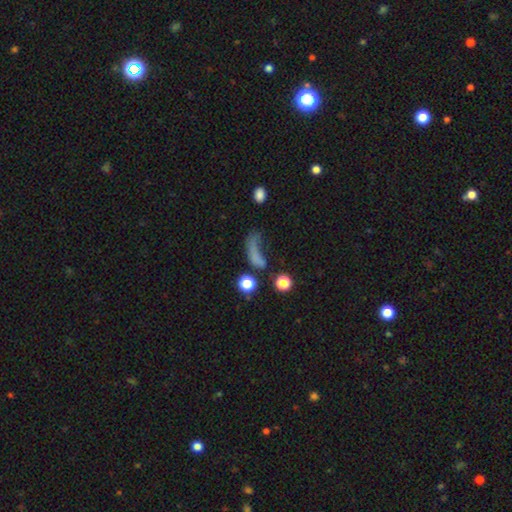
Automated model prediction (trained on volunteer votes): A smooth galaxy with no disk features (59%) that is in between round and cigar-shaped (57%). Merging: major disturbance (46%).